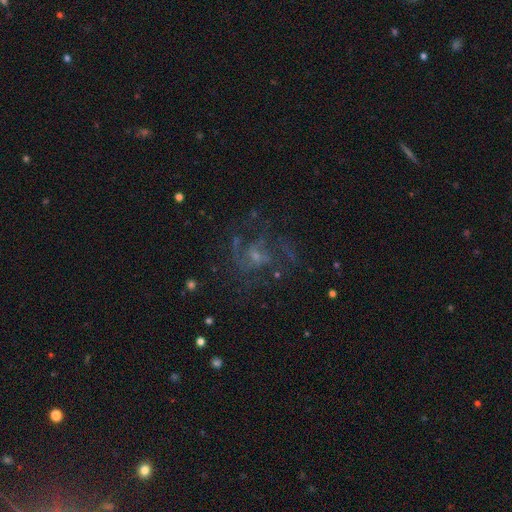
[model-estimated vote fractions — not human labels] Morphology: type=featured or disk (70%); edge-on=no (97%); bar=no (57%); spiral arms=yes (84%); winding=medium (50%); arm count=2 (45%); bulge=small (54%); merging=none (64%).